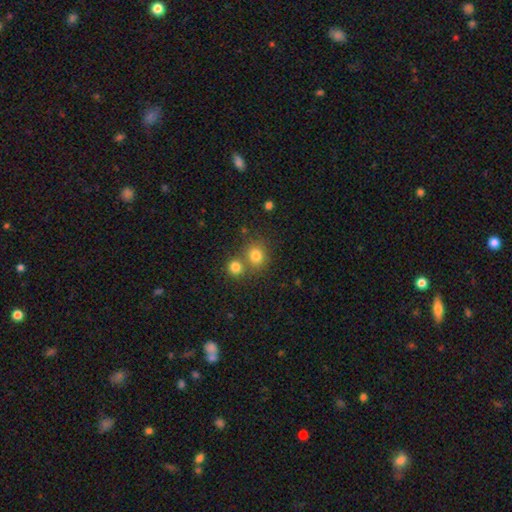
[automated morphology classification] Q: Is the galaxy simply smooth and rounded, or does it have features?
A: smooth — 79%.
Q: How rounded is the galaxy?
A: round — 80%.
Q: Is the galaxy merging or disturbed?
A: none — 58%.